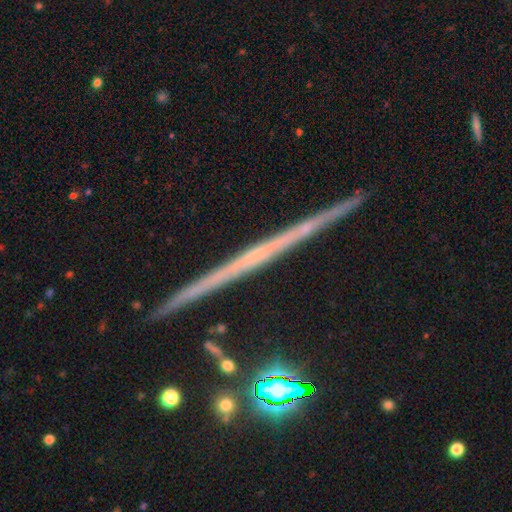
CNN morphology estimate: A featured or disk galaxy (73%) viewed edge-on (98%) with no central bulge (86%). Merging: none (91%).